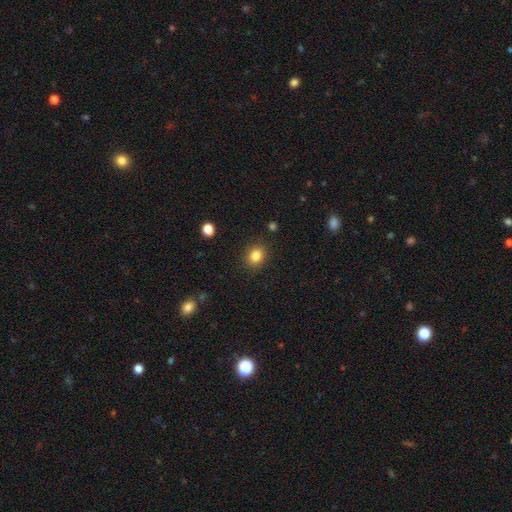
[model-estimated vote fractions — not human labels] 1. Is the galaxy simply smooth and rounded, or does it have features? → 84% smooth, 11% star or artifact, 5% featured or disk.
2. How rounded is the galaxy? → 67% round, 33% in between, 1% cigar-shaped.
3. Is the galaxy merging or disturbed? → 88% none, 8% minor disturbance, 2% major disturbance, 1% merger.